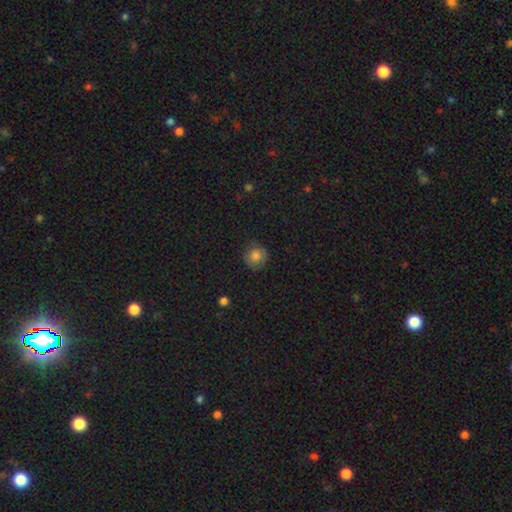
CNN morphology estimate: A smooth galaxy with no disk features (81%) that is round (89%).

Vote fractions:
- Smooth or featured? smooth: 81% / star or artifact: 11% / featured or disk: 8%
- How rounded? round: 89% / in between: 10% / cigar-shaped: 1%
- Merging? none: 81% / minor disturbance: 14% / major disturbance: 4% / merger: 1%